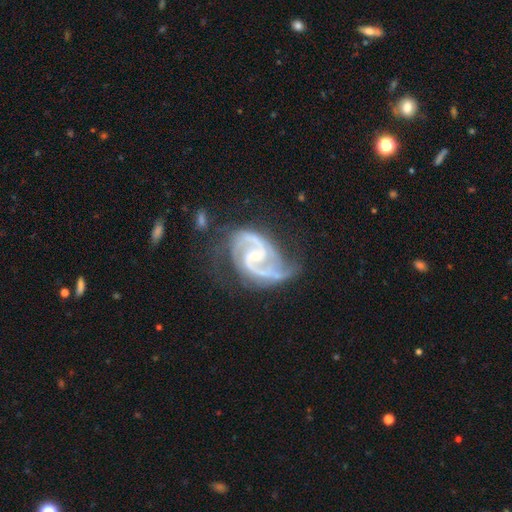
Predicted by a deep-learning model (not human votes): Q: Smooth or featured?
A: featured or disk (93%); runner-up: star or artifact (4%)
Q: Edge-on disk?
A: no (98%); runner-up: yes (2%)
Q: Bar?
A: weak (47%); runner-up: no (37%)
Q: Spiral arms?
A: yes (99%); runner-up: no (1%)
Q: Spiral winding?
A: medium (62%); runner-up: tight (25%)
Q: Spiral arm count?
A: 2 (90%); runner-up: 3 (4%)
Q: Bulge size?
A: small (66%); runner-up: moderate (27%)
Q: Merging?
A: none (58%); runner-up: minor disturbance (25%)